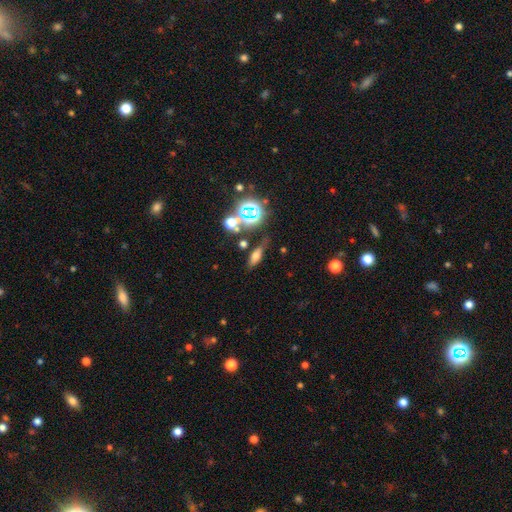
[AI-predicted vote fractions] smooth-or-featured: smooth: 56% | star or artifact: 23% | featured or disk: 21%
  how-rounded: in between: 53% | cigar-shaped: 36% | round: 11%
  merging: none: 69% | minor disturbance: 16% | merger: 8% | major disturbance: 7%